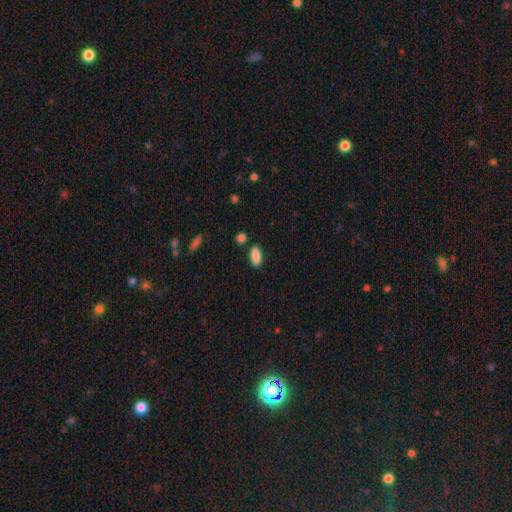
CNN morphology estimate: Smooth or featured?
  - smooth: 88% *
  - star or artifact: 7%
  - featured or disk: 5%
How rounded?
  - in between: 84% *
  - cigar-shaped: 13%
  - round: 3%
Merging?
  - none: 83% *
  - minor disturbance: 10%
  - merger: 4%
  - major disturbance: 2%